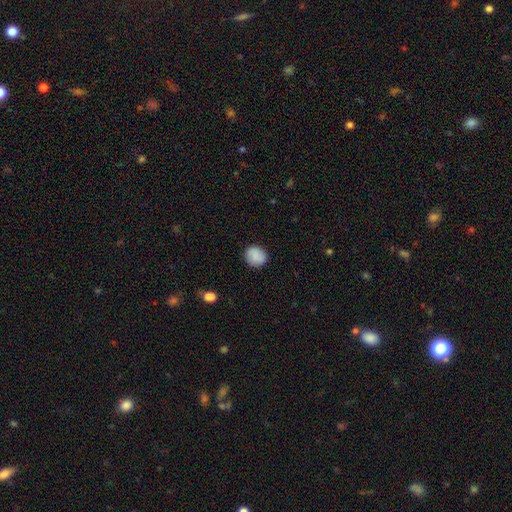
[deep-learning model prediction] This appears to be a smooth galaxy with no disk features (85%) that is round (82%). Merging: none (88%).